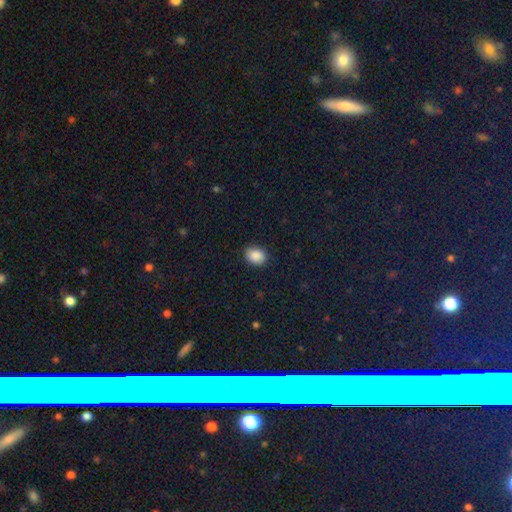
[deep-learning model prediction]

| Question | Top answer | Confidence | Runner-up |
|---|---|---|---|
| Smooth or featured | smooth | 89% | star or artifact (8%) |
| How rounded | in between | 61% | round (38%) |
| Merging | none | 86% | minor disturbance (10%) |